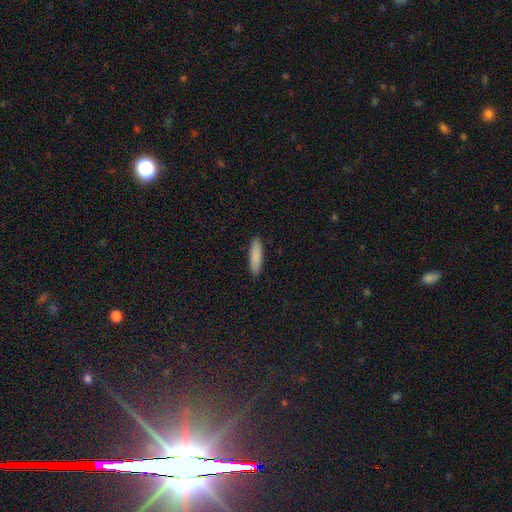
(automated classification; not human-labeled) Morphology: type=smooth (88%); roundness=cigar-shaped (70%); merging=none (91%).